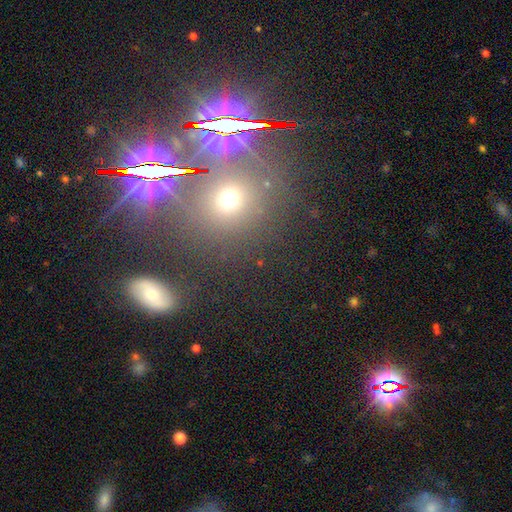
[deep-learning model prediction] Smooth or featured? Predicted: star or artifact (p=0.58).